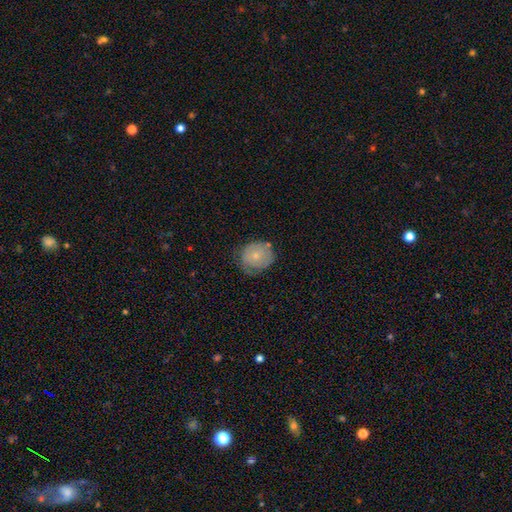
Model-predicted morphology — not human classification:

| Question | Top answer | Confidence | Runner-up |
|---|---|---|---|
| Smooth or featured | smooth | 64% | featured or disk (28%) |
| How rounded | round | 77% | in between (22%) |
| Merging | none | 59% | minor disturbance (29%) |